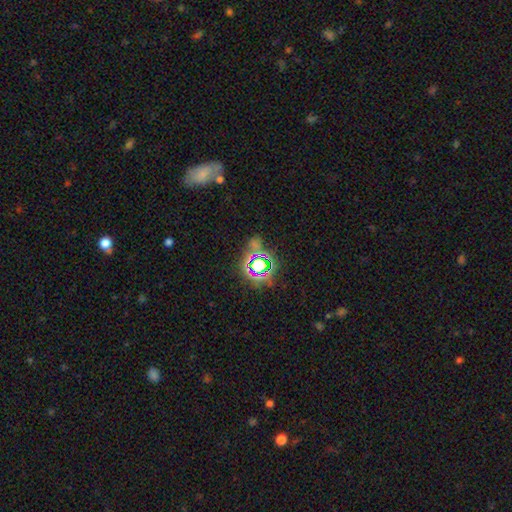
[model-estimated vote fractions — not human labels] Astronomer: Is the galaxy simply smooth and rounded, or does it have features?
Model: star or artifact — 72%.